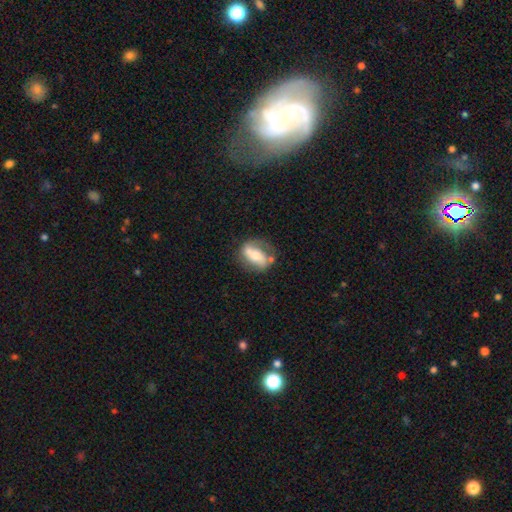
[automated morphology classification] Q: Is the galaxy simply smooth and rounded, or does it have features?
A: featured or disk — 56%.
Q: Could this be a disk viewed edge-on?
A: no — 91%.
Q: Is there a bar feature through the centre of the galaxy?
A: no — 41%.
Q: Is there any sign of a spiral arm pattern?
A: yes — 56%.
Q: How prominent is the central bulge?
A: moderate — 65%.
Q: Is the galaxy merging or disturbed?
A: none — 54%.